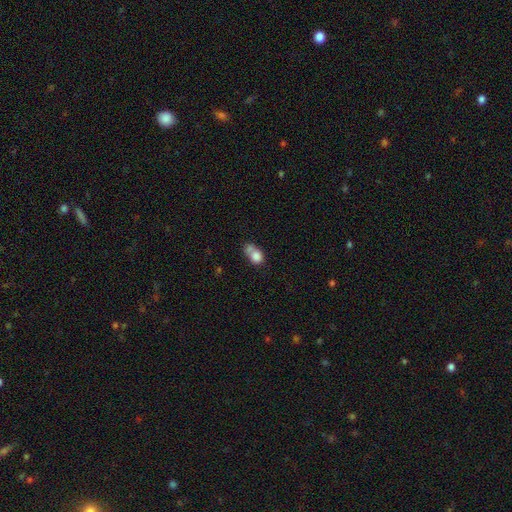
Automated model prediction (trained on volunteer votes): A smooth galaxy with no disk features (77%) that is in between round and cigar-shaped (54%).

Vote fractions:
- Smooth or featured? smooth: 77% / featured or disk: 13% / star or artifact: 10%
- How rounded? in between: 54% / round: 44% / cigar-shaped: 2%
- Merging? merger: 46% / none: 27% / minor disturbance: 16% / major disturbance: 11%